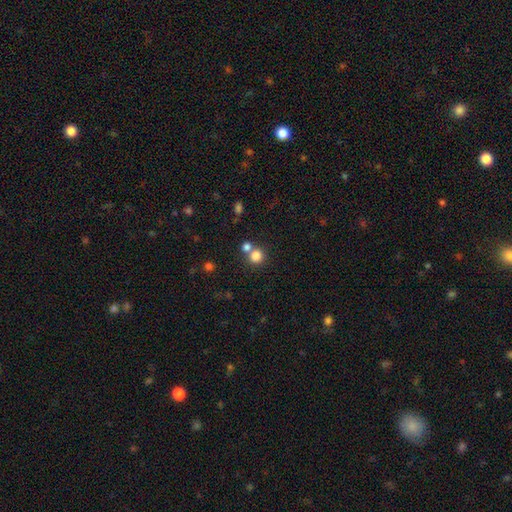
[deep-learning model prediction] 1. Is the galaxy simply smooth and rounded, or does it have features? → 81% smooth, 13% star or artifact, 7% featured or disk.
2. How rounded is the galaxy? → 86% round, 13% in between, 1% cigar-shaped.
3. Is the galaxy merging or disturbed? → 57% none, 34% merger, 6% minor disturbance, 3% major disturbance.